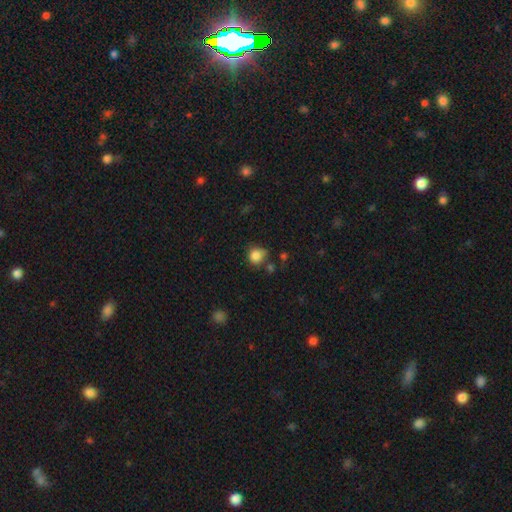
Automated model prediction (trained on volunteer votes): This appears to be a smooth galaxy with no disk features (85%) that is round (84%). Merging: none (61%).